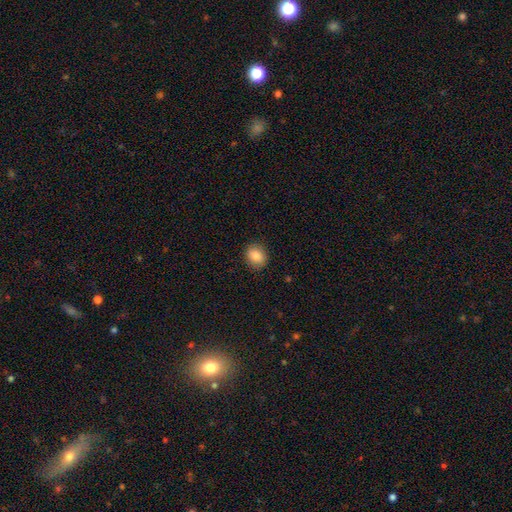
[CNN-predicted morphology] Smooth or featured? smooth (87%)
How rounded? round (52%)
Merging? none (89%)